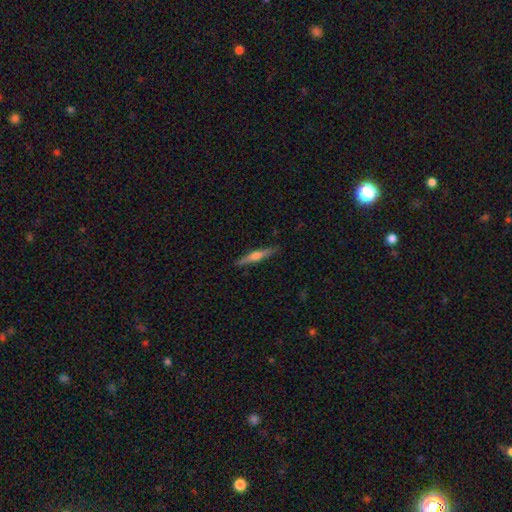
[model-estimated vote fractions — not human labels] Smooth or featured? Predicted: featured or disk (p=0.60). Edge-on disk? Predicted: yes (p=0.97). Edge-on bulge? Predicted: rounded (p=0.83). Merging? Predicted: none (p=0.89).